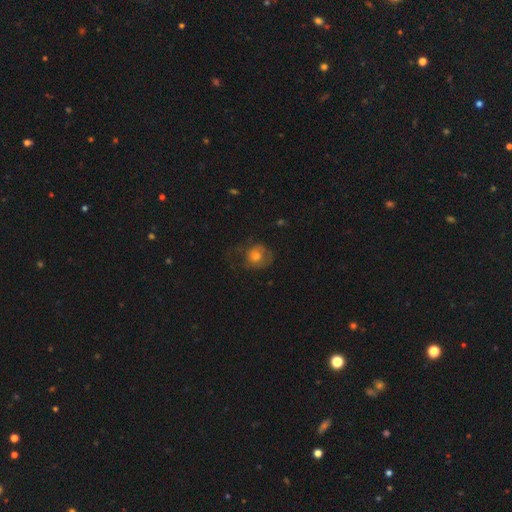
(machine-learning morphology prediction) Q: Smooth or featured?
A: smooth (60%); runner-up: featured or disk (30%)
Q: How rounded?
A: round (76%); runner-up: in between (23%)
Q: Merging?
A: none (50%); runner-up: minor disturbance (24%)